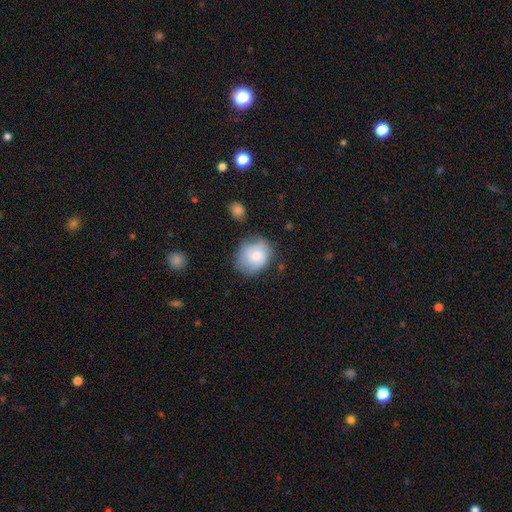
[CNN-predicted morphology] Overall: smooth (60%; featured or disk 33%). How rounded: round (70%). Merging: none (66%).